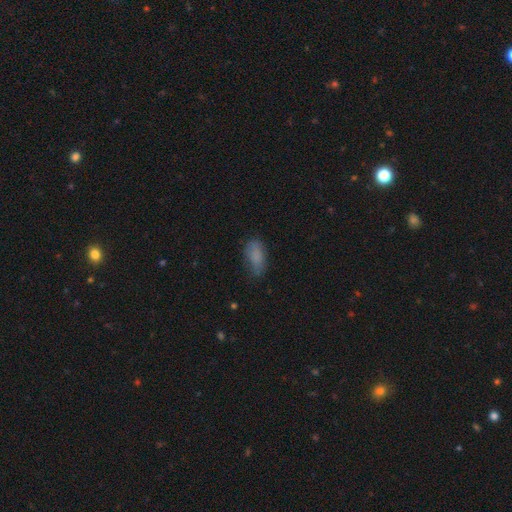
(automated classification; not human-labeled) Smooth or featured? Predicted: smooth (p=0.82). How rounded? Predicted: in between (p=0.87). Merging? Predicted: none (p=0.62).